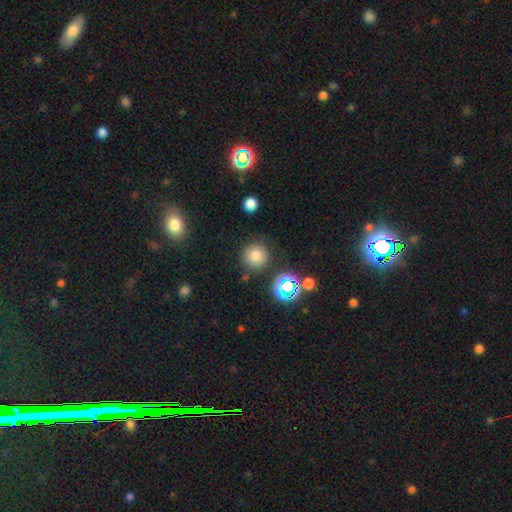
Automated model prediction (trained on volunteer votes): Overall: smooth (75%). How rounded: round (94%). Merging: none (84%).